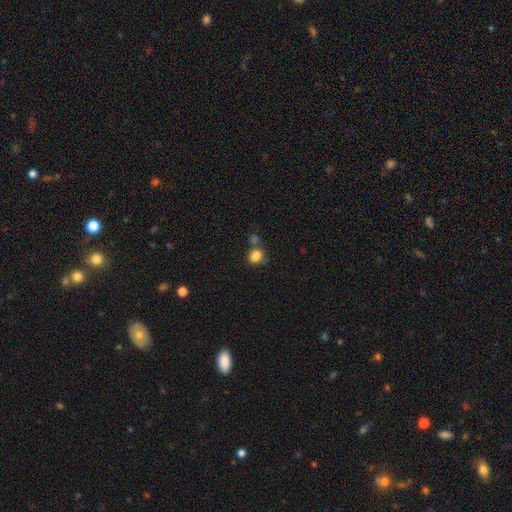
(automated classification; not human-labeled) Smooth or featured: smooth — 82% (star or artifact — 11%)
How rounded: round — 54% (in between — 44%)
Merging: none — 47% (merger — 31%)